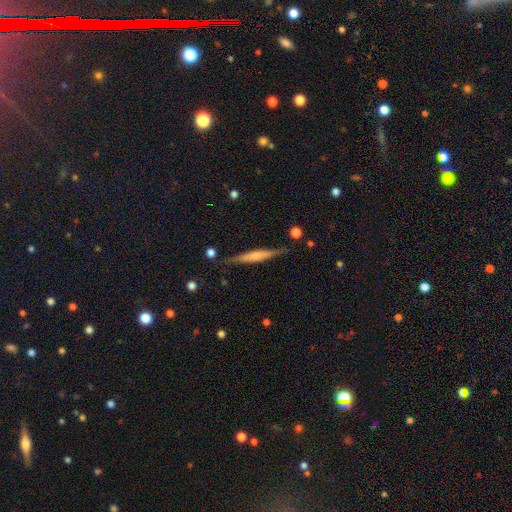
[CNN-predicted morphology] This is possibly a featured or disk galaxy (58%). It is clearly viewed edge-on (96%). Edge-on bulge: marginally rounded (43%). Merging: clearly none (85%).